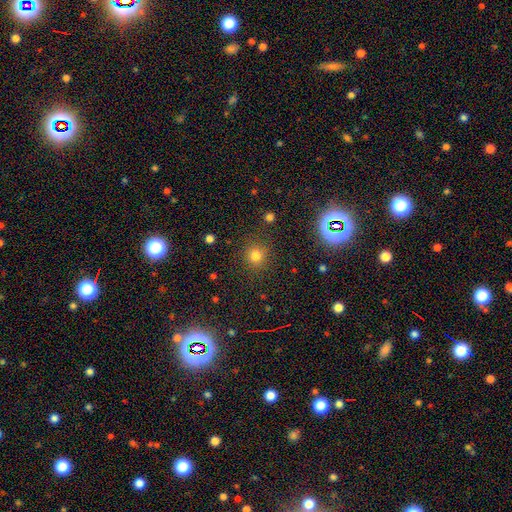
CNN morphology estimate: The model was most divided on "smooth or featured": smooth: 75%, star or artifact: 20%, featured or disk: 5%. More confident: how rounded — round (91%); merging — none (87%).